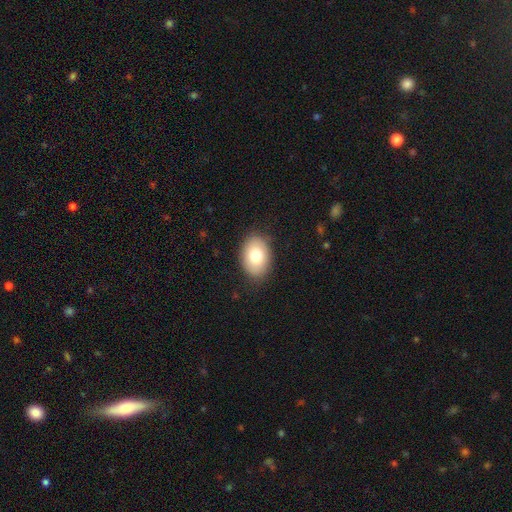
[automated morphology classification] This appears to be a smooth galaxy with no disk features (78%) that is in between round and cigar-shaped (83%). Merging: none (85%).